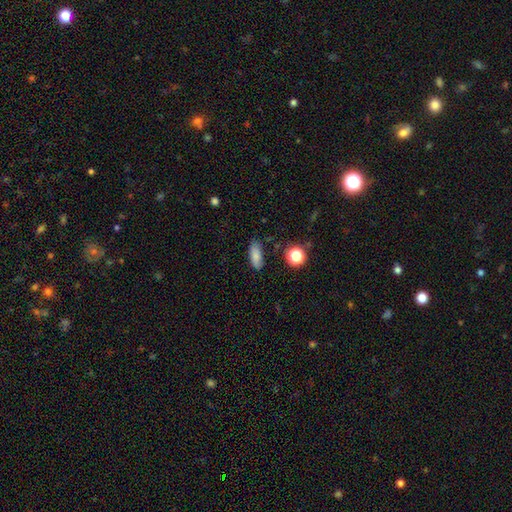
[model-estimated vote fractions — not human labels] Smooth or featured?
  - smooth: 82% *
  - star or artifact: 10%
  - featured or disk: 8%
How rounded?
  - in between: 76% *
  - cigar-shaped: 19%
  - round: 5%
Merging?
  - none: 81% *
  - minor disturbance: 14%
  - major disturbance: 3%
  - merger: 2%